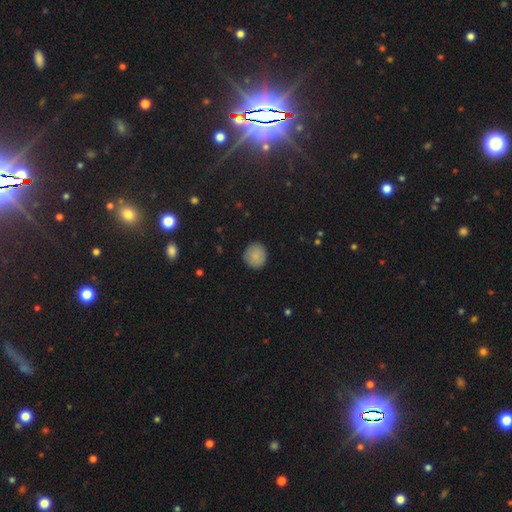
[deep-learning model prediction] smooth_or_featured: smooth (p=0.85) [alt: star or artifact p=0.09]
how_rounded: round (p=0.89) [alt: in between p=0.10]
merging: none (p=0.88) [alt: minor disturbance p=0.09]